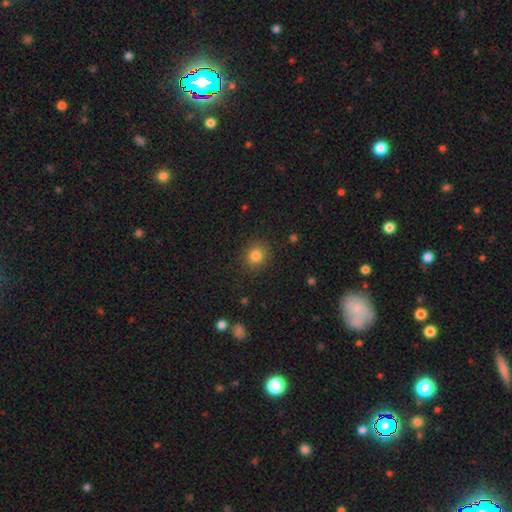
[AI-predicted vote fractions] A smooth galaxy with no disk features (82%) that is round (79%).

Vote fractions:
- Smooth or featured? smooth: 82% / star or artifact: 12% / featured or disk: 6%
- How rounded? round: 79% / in between: 20% / cigar-shaped: 1%
- Merging? none: 88% / minor disturbance: 8% / major disturbance: 3% / merger: 1%